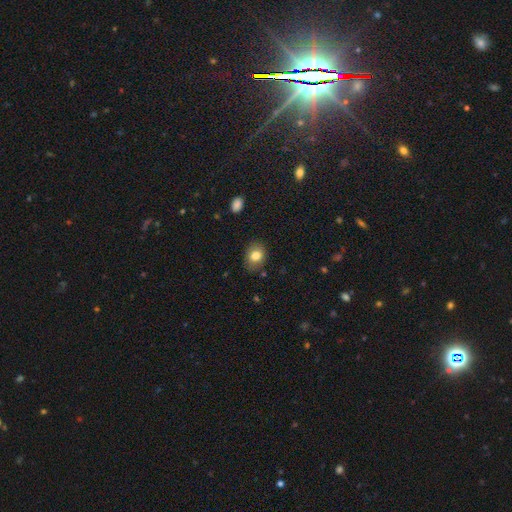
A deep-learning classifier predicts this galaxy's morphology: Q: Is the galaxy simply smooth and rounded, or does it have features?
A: smooth — 81%.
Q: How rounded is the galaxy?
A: in between — 54%.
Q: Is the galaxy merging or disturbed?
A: none — 82%.